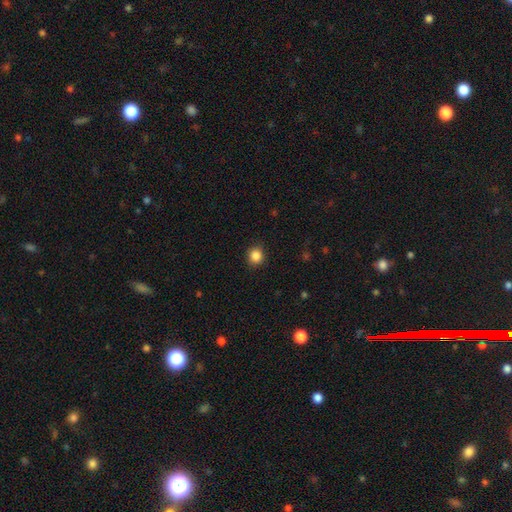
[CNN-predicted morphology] This is clearly a smooth galaxy (86%). How rounded: clearly round (86%). Merging: clearly none (89%).